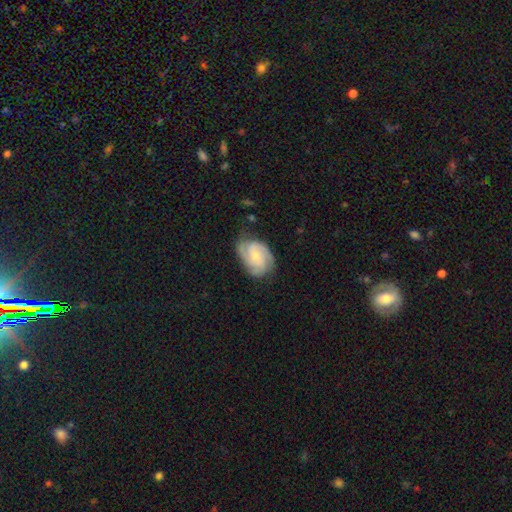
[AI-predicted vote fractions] The model was most divided on "spiral winding": tight: 49%, medium: 42%, loose: 10%. Remaining: edge-on disk — no (98%); spiral arms — yes (96%); smooth or featured — featured or disk (79%); merging — none (69%); bar — no (65%); bulge size — small (56%); spiral arm count — 3 (47%).